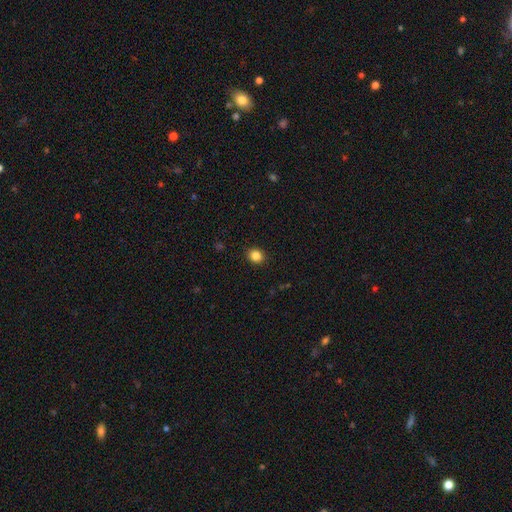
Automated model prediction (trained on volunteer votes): Smooth or featured: smooth — 85% (star or artifact — 11%)
How rounded: round — 75% (in between — 25%)
Merging: none — 91% (minor disturbance — 6%)